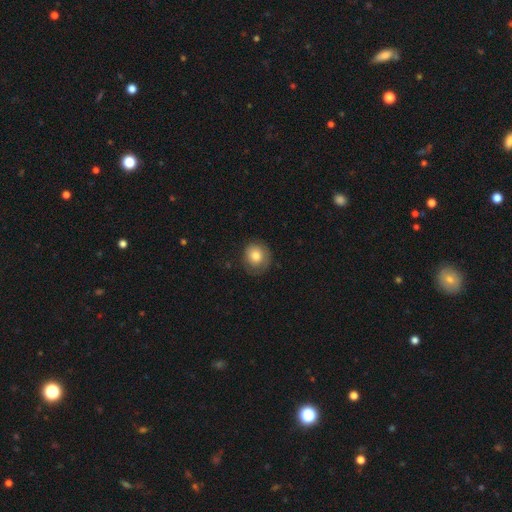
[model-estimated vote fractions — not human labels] A smooth galaxy with no disk features (78%) that is round (84%).

Vote fractions:
- Smooth or featured? smooth: 78% / featured or disk: 13% / star or artifact: 9%
- How rounded? round: 84% / in between: 15% / cigar-shaped: 1%
- Merging? none: 74% / minor disturbance: 19% / major disturbance: 6% / merger: 1%